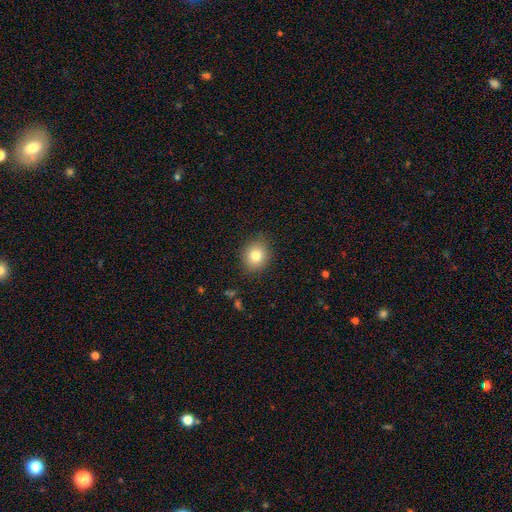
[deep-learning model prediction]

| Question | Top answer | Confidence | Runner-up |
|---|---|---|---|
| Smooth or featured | smooth | 80% | star or artifact (10%) |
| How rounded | round | 72% | in between (27%) |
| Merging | none | 87% | minor disturbance (10%) |